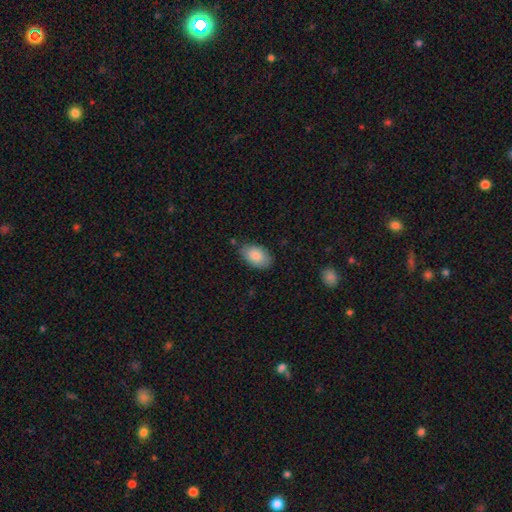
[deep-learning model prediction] This appears to be a smooth galaxy with no disk features (85%) that is in between round and cigar-shaped (92%). Merging: none (75%).